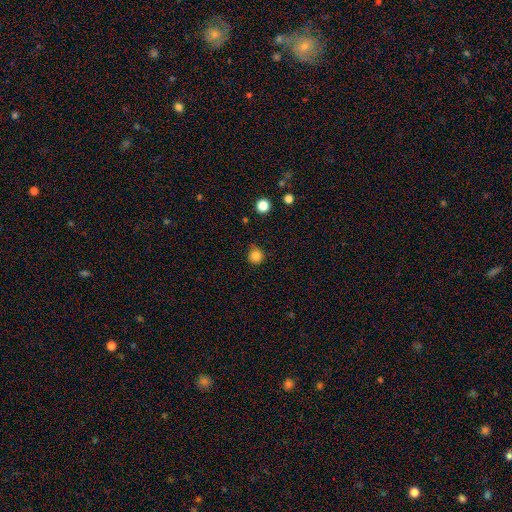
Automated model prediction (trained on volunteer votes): smooth-or-featured: smooth: 84% | star or artifact: 12% | featured or disk: 4%
  how-rounded: round: 94% | in between: 5% | cigar-shaped: 1%
  merging: none: 86% | minor disturbance: 10% | major disturbance: 2% | merger: 2%